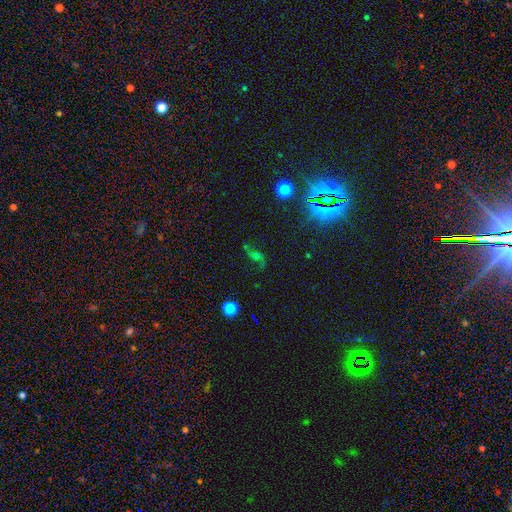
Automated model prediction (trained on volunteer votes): smooth_or_featured: star or artifact (p=0.41) [alt: featured or disk p=0.38]